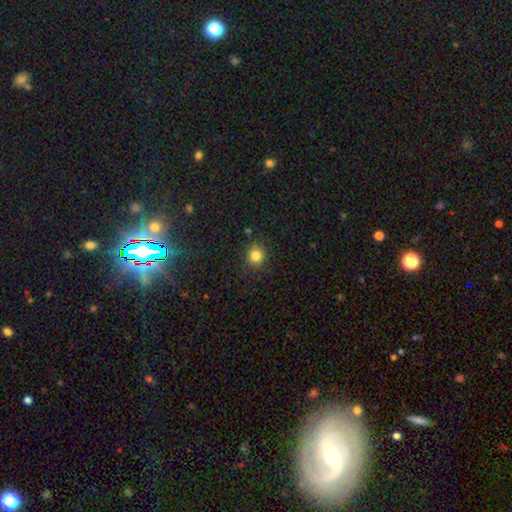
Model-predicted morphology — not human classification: Smooth or featured: smooth — 83% (star or artifact — 12%)
How rounded: round — 84% (in between — 15%)
Merging: none — 85% (minor disturbance — 10%)